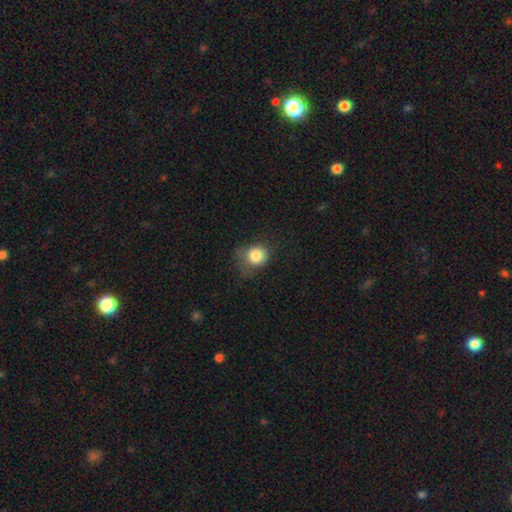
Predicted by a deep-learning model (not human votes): Smooth or featured? smooth (83%)
How rounded? round (72%)
Merging? none (46%)